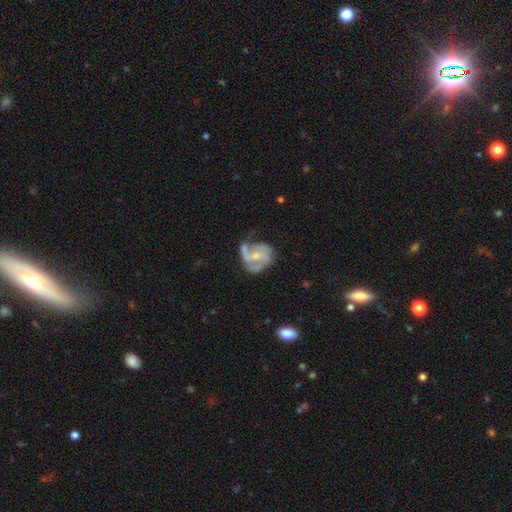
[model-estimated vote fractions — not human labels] A featured or disk galaxy (79%) with no bar (52%), 2 (44%) medium (47%) spiral arms (90%) and a small central bulge (53%). Merging: none (43%).